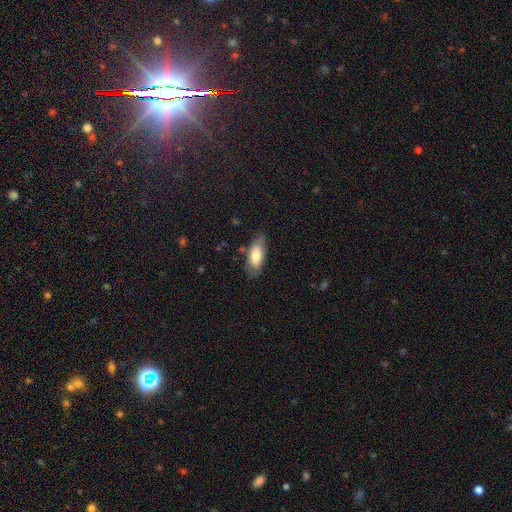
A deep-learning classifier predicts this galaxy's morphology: Smooth or featured: smooth — 72% (featured or disk — 21%)
How rounded: in between — 83% (cigar-shaped — 14%)
Merging: none — 71% (minor disturbance — 21%)